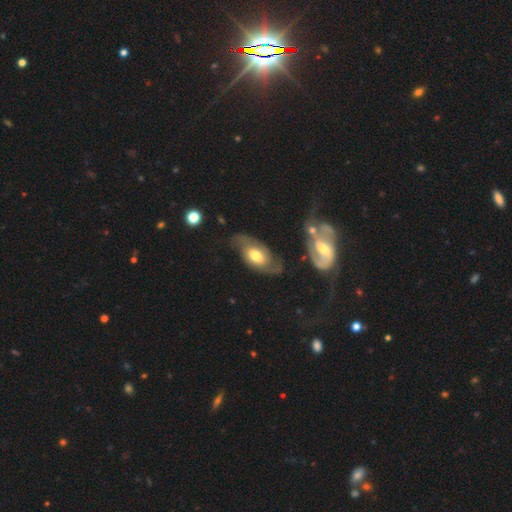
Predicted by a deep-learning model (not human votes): Smooth or featured? Predicted: featured or disk (p=0.68). Edge-on disk? Predicted: no (p=0.93). Bar? Predicted: no (p=0.64). Spiral arms? Predicted: yes (p=0.84). Spiral winding? Predicted: medium (p=0.44). Spiral arm count? Predicted: 2 (p=0.81). Bulge size? Predicted: moderate (p=0.67). Merging? Predicted: none (p=0.59).